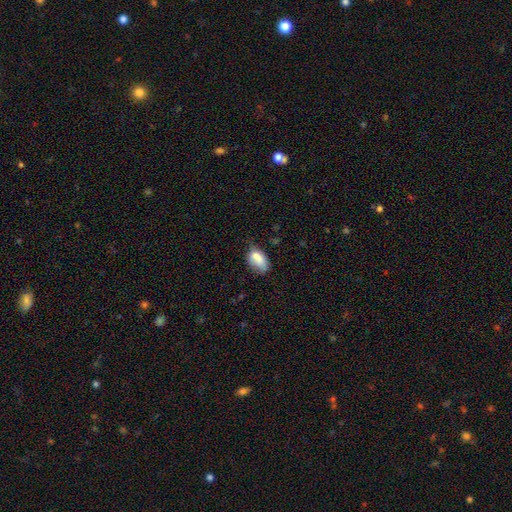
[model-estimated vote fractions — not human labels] This is likely a smooth galaxy (80%). How rounded: clearly in between (90%). Merging: marginally none (44%).